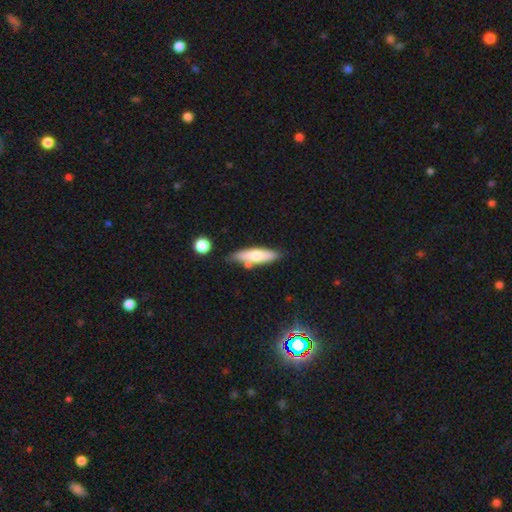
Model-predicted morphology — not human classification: Smooth or featured? smooth (64%)
How rounded? cigar-shaped (63%)
Merging? none (70%)